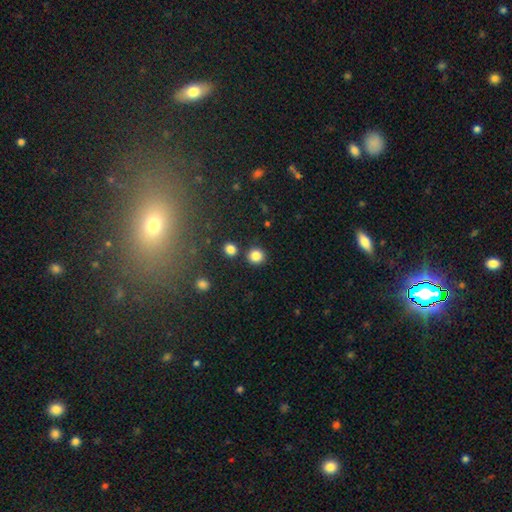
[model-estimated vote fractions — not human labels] This appears to be a smooth galaxy with no disk features (84%) that is round (92%). Merging: none (86%).